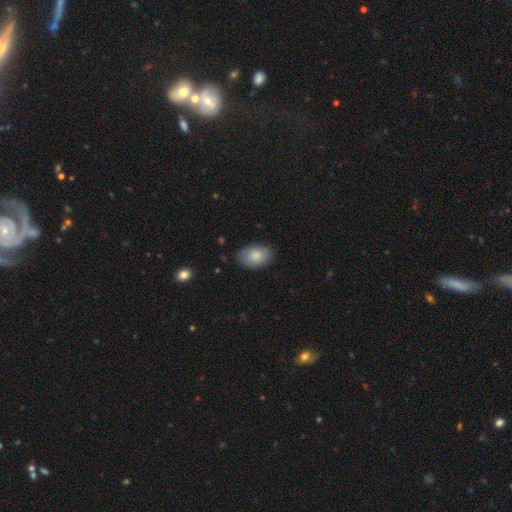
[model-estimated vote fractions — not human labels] Smooth or featured? Predicted: smooth (p=0.84). How rounded? Predicted: in between (p=0.86). Merging? Predicted: none (p=0.81).